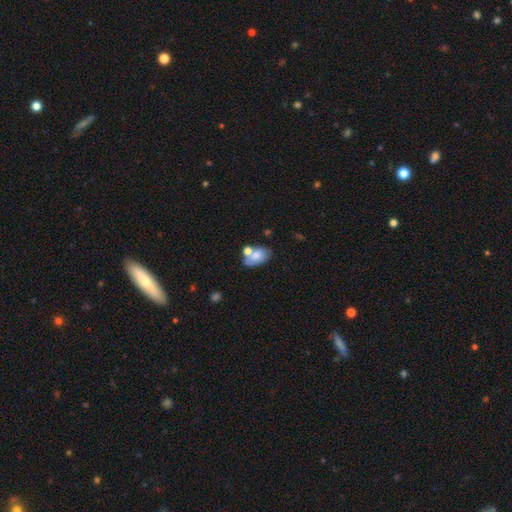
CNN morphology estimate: smooth 70%, featured or disk 22%, star or artifact 8%. Down the decision tree: how rounded — in between (87%); merging — none (44%).